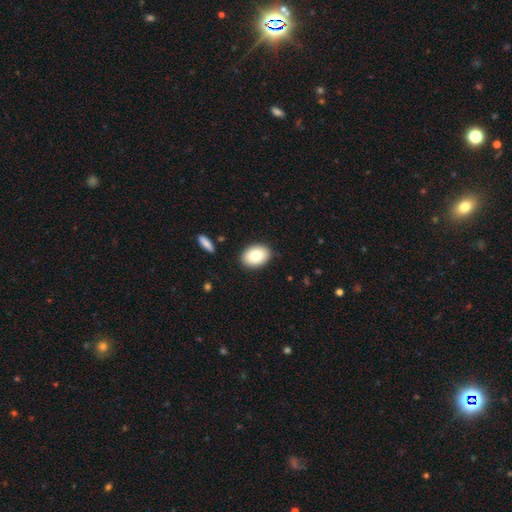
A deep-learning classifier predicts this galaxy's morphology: type=smooth (80%); roundness=in between (78%); merging=none (89%).